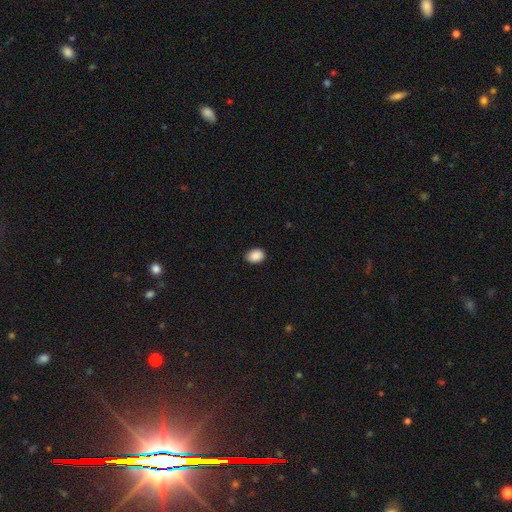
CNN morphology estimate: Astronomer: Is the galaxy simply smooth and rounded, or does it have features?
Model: smooth — 90%.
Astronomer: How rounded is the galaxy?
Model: in between — 72%.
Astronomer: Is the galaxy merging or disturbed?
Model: none — 88%.